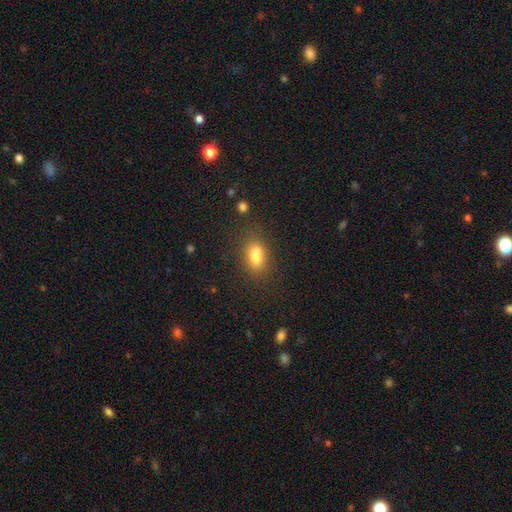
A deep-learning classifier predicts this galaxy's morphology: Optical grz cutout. It shows a smooth galaxy with no disk features (75%) that is in between round and cigar-shaped (77%). Merging: none (61%).